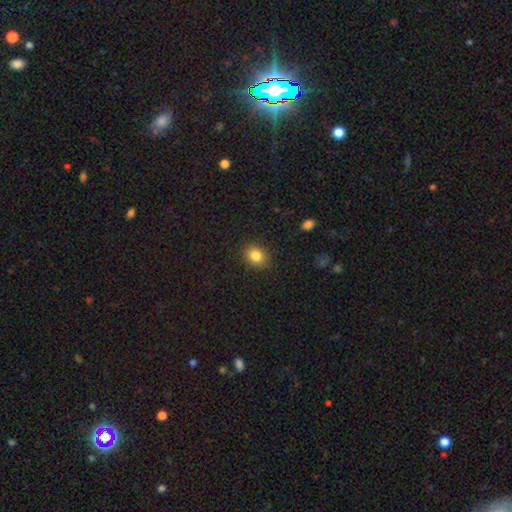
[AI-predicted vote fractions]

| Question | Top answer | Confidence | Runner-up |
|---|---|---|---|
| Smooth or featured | smooth | 83% | star or artifact (10%) |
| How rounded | round | 50% | in between (49%) |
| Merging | none | 87% | minor disturbance (9%) |